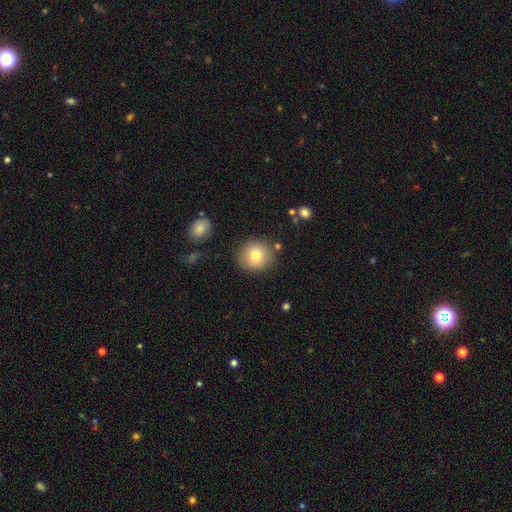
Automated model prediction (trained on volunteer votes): This is likely a smooth galaxy (78%). How rounded: clearly round (90%). Merging: clearly none (86%).